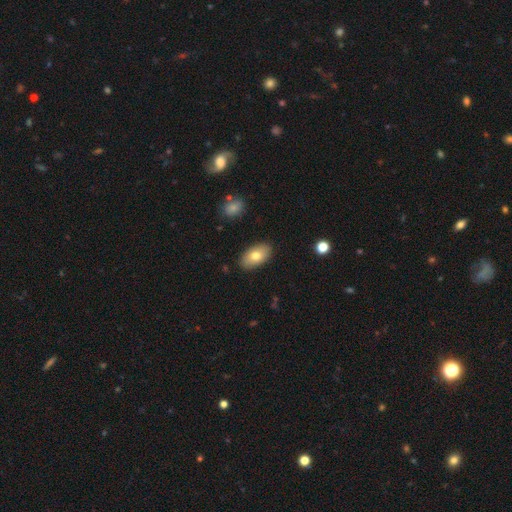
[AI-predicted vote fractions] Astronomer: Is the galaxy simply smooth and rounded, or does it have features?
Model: smooth — 76%.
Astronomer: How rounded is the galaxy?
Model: in between — 94%.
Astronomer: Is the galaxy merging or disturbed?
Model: none — 87%.